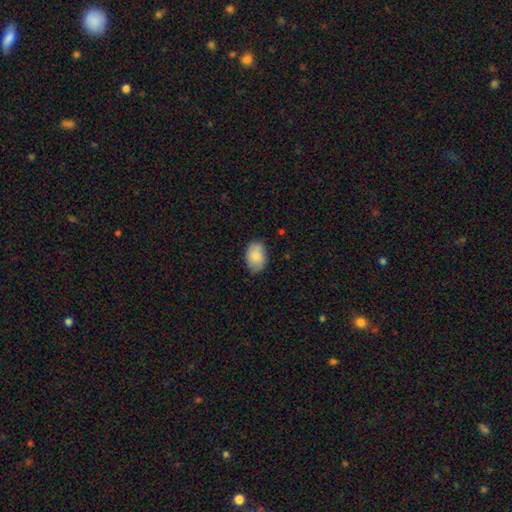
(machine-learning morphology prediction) A smooth galaxy with no disk features (84%) that is in between round and cigar-shaped (86%). Merging: none (77%).